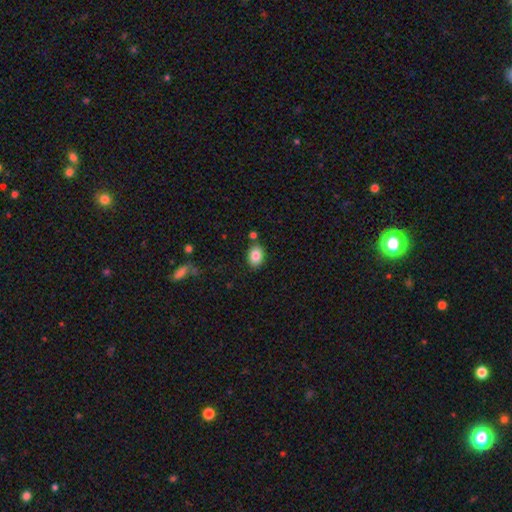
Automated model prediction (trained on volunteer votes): Smooth or featured? Predicted: smooth (p=0.84). How rounded? Predicted: in between (p=0.74). Merging? Predicted: none (p=0.81).